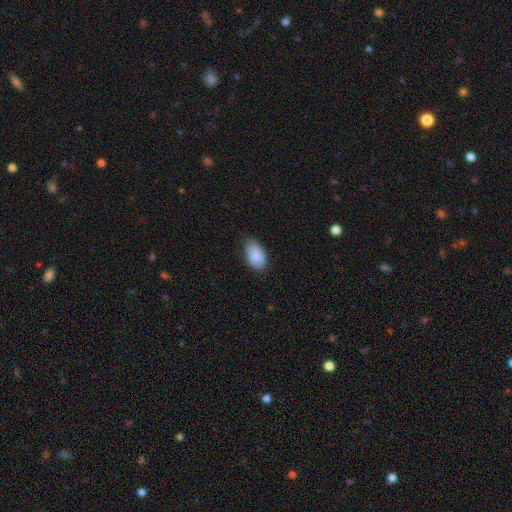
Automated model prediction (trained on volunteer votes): A smooth galaxy with no disk features (88%) that is in between round and cigar-shaped (94%). Merging: none (70%).